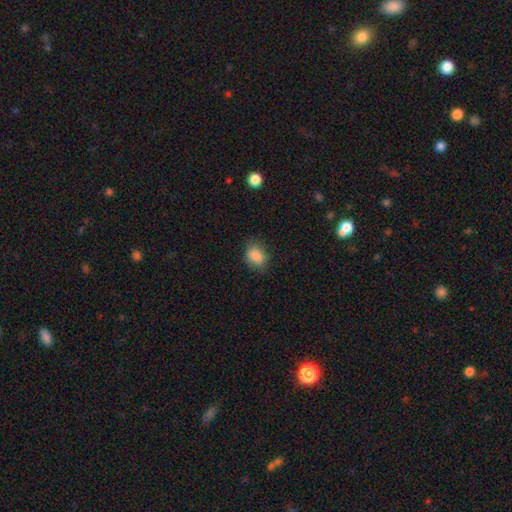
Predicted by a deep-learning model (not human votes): Morphology: type=smooth (87%); roundness=in between (61%); merging=none (81%).